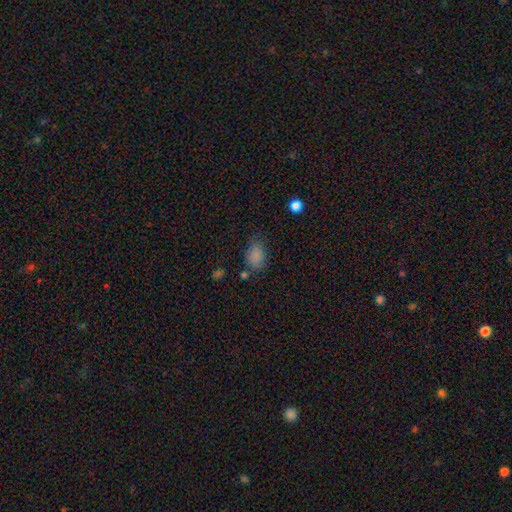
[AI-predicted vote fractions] Smooth or featured? Predicted: smooth (p=0.84). How rounded? Predicted: in between (p=0.75). Merging? Predicted: none (p=0.71).